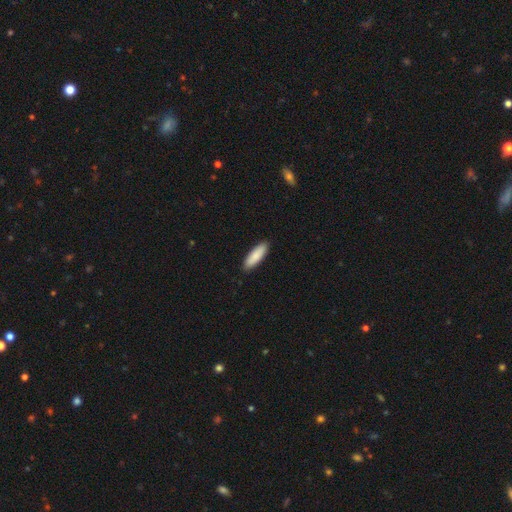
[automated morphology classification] The model was most divided on "how rounded": cigar-shaped: 50%, in between: 48%, round: 1%. More confident: merging — none (90%); smooth or featured — smooth (88%).